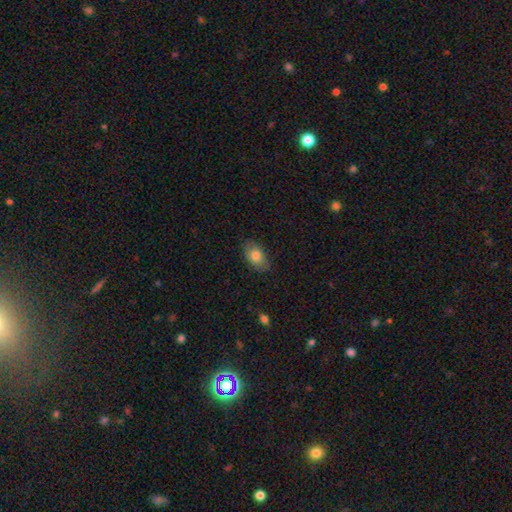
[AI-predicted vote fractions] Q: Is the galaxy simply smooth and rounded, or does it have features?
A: smooth — 80%.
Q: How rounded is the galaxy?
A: in between — 90%.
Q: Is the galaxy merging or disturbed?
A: none — 82%.